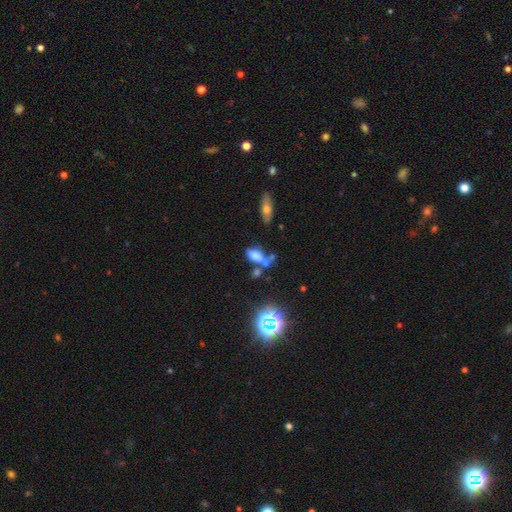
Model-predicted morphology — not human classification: Smooth or featured? smooth (63%)
How rounded? in between (83%)
Merging? merger (40%)